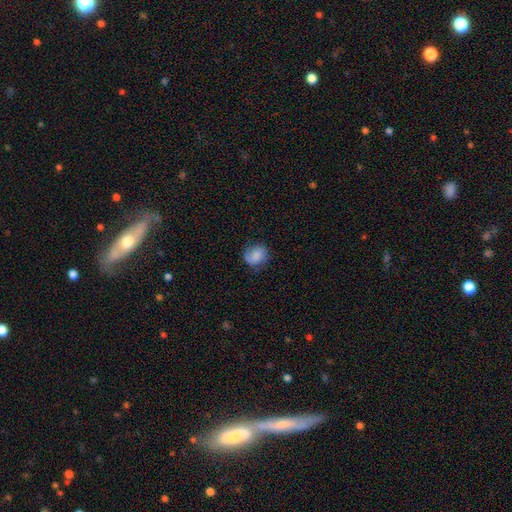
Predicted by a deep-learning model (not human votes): smooth 69%, featured or disk 23%, star or artifact 8%. Down the decision tree: how rounded — round (66%); merging — none (69%).